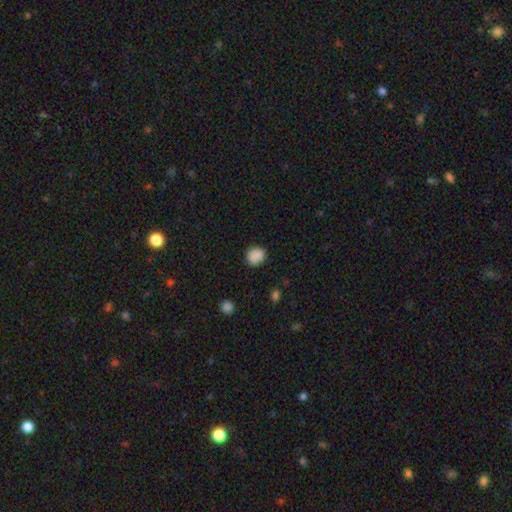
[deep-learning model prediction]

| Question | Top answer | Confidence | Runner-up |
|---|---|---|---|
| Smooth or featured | smooth | 87% | star or artifact (9%) |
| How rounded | round | 73% | in between (26%) |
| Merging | none | 83% | minor disturbance (13%) |